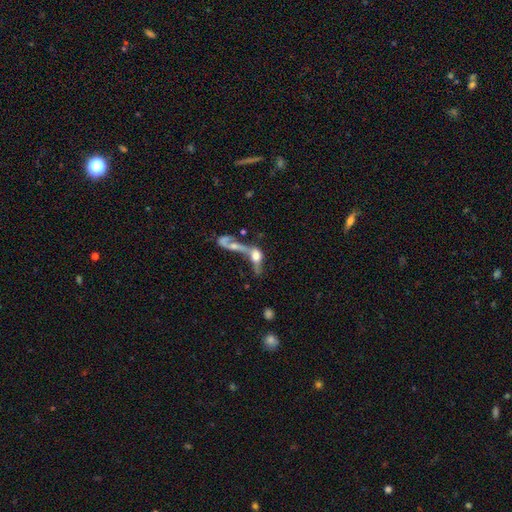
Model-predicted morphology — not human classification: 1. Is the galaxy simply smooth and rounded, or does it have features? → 44% featured or disk (tied), 44% smooth (tied), 12% star or artifact.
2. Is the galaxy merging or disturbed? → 69% merger, 15% major disturbance, 10% none, 5% minor disturbance.